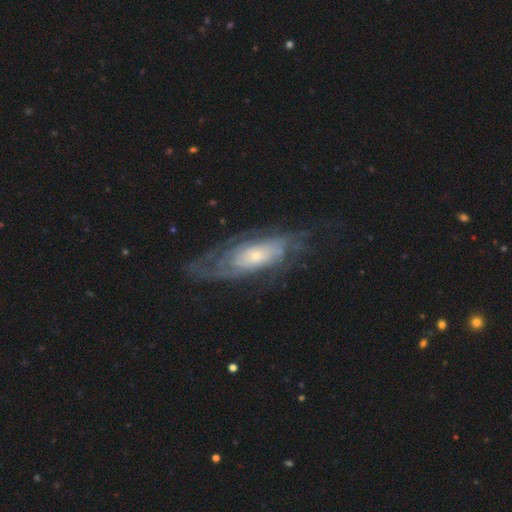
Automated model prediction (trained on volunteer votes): This appears to be a featured or disk galaxy (77%) with no bar (76%), tight (65%) spiral arms (86%) and a small central bulge (67%). Merging: none (66%).